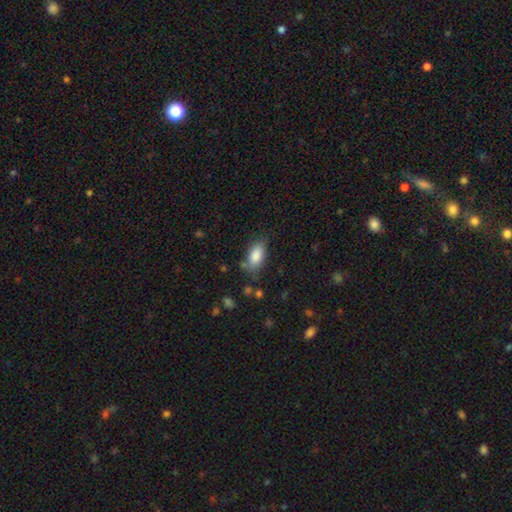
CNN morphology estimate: smooth_or_featured: smooth (p=0.86) [alt: star or artifact p=0.08]
how_rounded: in between (p=0.90) [alt: cigar-shaped p=0.06]
merging: none (p=0.74) [alt: minor disturbance p=0.18]